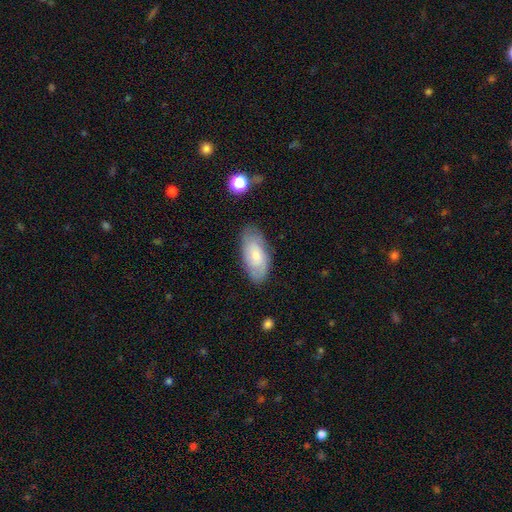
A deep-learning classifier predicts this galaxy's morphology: The model was most divided on "smooth or featured": smooth: 54%, featured or disk: 39%, star or artifact: 7%. More confident: how rounded — in between (90%); merging — none (78%).